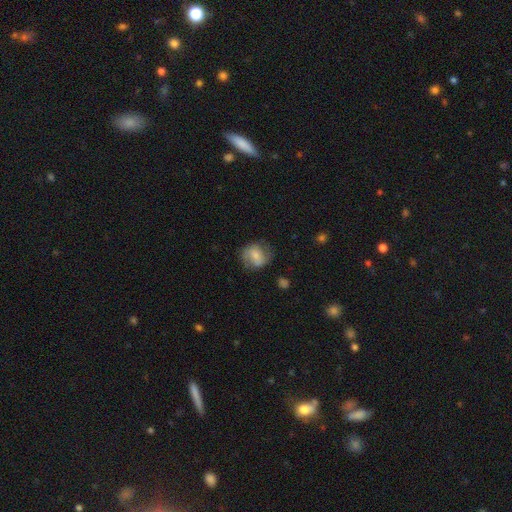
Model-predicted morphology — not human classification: Smooth or featured?
  - smooth: 56% *
  - featured or disk: 36%
  - star or artifact: 8%
How rounded?
  - round: 70% *
  - in between: 29%
  - cigar-shaped: 1%
Merging?
  - none: 64% *
  - minor disturbance: 23%
  - major disturbance: 11%
  - merger: 2%